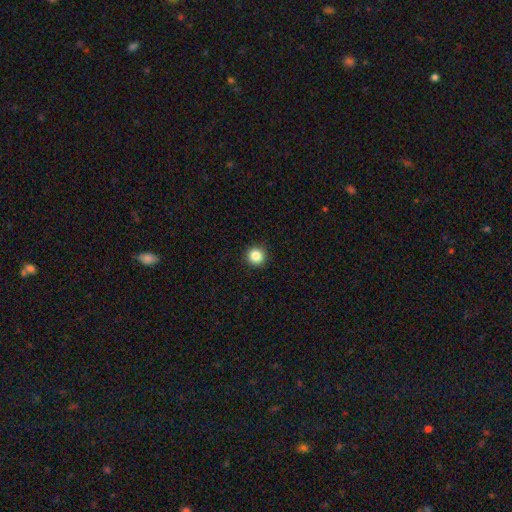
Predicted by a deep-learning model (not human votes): Smooth or featured? Predicted: smooth (p=0.85). How rounded? Predicted: round (p=0.95). Merging? Predicted: none (p=0.93).